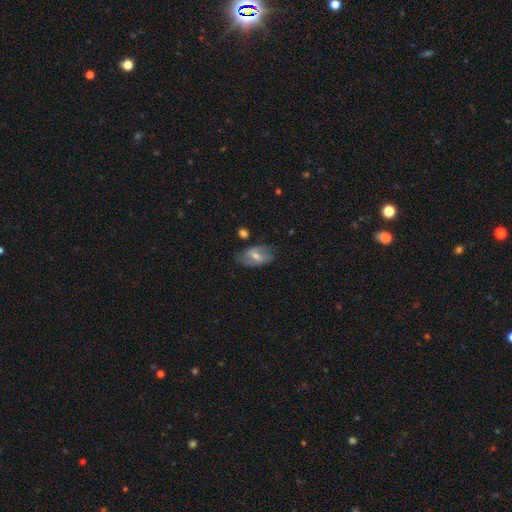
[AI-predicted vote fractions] The model was most divided on "smooth or featured": featured or disk: 52%, smooth: 39%, star or artifact: 9%. More confident: edge-on disk — no (91%); merging — none (68%).